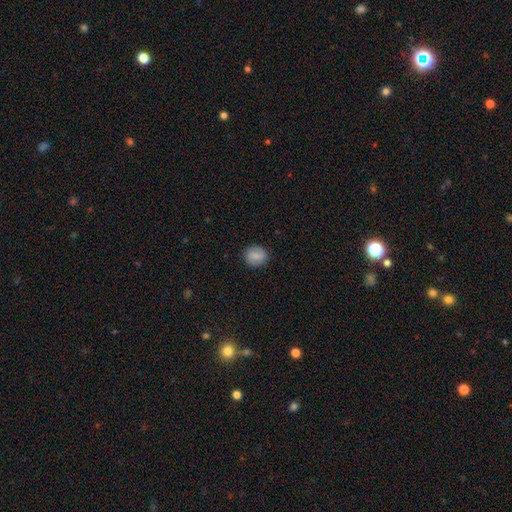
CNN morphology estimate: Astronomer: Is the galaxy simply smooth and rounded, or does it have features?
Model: smooth — 72%.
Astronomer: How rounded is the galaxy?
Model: round — 80%.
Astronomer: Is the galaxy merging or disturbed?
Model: none — 88%.